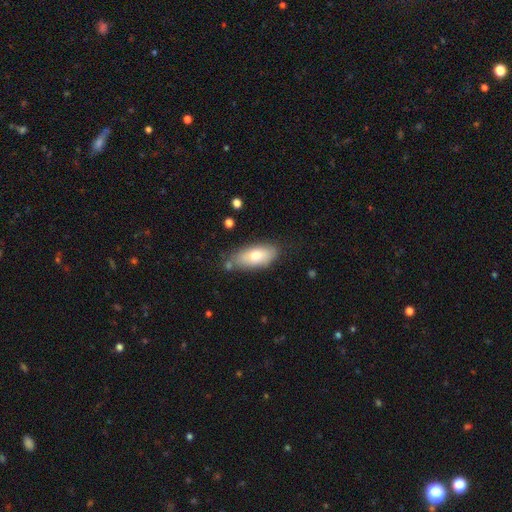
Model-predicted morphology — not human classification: smooth-or-featured: smooth: 72% | featured or disk: 21% | star or artifact: 6%
  how-rounded: in between: 87% | cigar-shaped: 10% | round: 3%
  merging: none: 72% | minor disturbance: 18% | merger: 5% | major disturbance: 4%